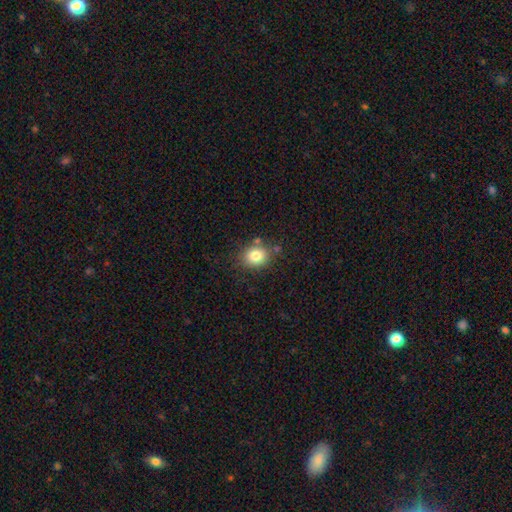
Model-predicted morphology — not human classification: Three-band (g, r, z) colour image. It shows a smooth galaxy with no disk features (81%) that is round (65%). Merging: none (77%).